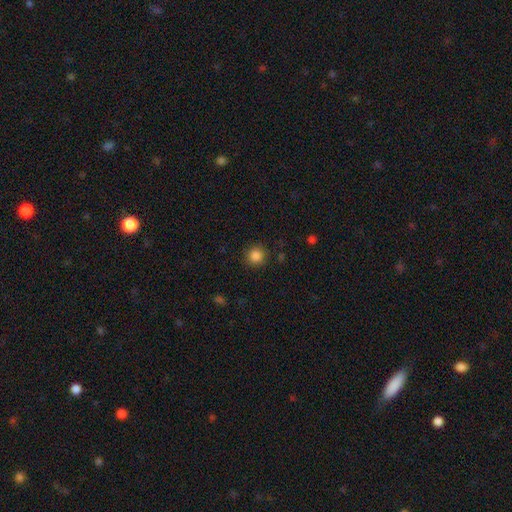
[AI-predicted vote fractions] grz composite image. It shows a smooth galaxy with no disk features (86%) that is round (93%). Merging: none (89%).